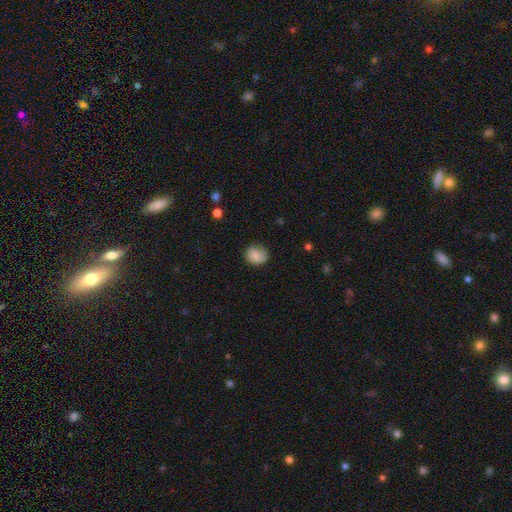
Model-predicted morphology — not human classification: A smooth galaxy with no disk features (81%) that is round (66%).

Vote fractions:
- Smooth or featured? smooth: 81% / featured or disk: 11% / star or artifact: 8%
- How rounded? round: 66% / in between: 33% / cigar-shaped: 1%
- Merging? none: 65% / minor disturbance: 25% / major disturbance: 8% / merger: 1%